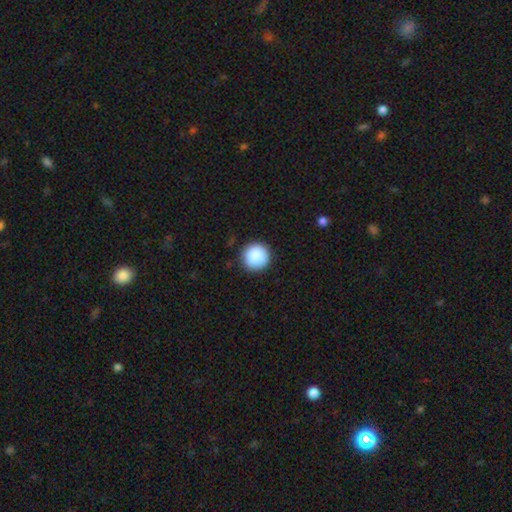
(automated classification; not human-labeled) smooth-or-featured: smooth: 89% | star or artifact: 8% | featured or disk: 3%
  how-rounded: round: 96% | in between: 3% | cigar-shaped: 1%
  merging: none: 90% | minor disturbance: 7% | major disturbance: 2% | merger: 1%